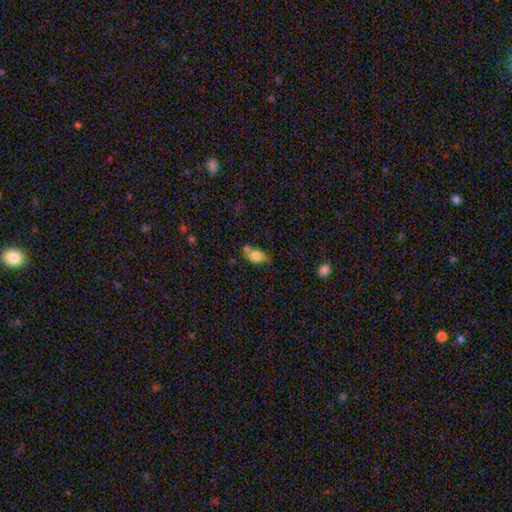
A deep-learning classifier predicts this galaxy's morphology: A smooth galaxy with no disk features (76%) that is in between round and cigar-shaped (79%).

Vote fractions:
- Smooth or featured? smooth: 76% / featured or disk: 15% / star or artifact: 9%
- How rounded? in between: 79% / round: 17% / cigar-shaped: 4%
- Merging? none: 45% / minor disturbance: 24% / merger: 24% / major disturbance: 8%